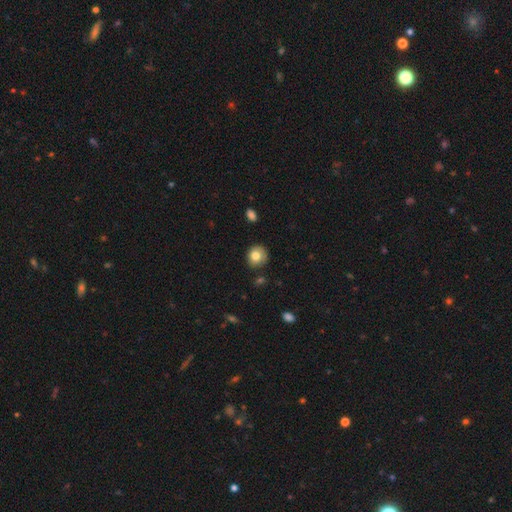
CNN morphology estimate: smooth 78%, featured or disk 13%, star or artifact 9%. Down the decision tree: how rounded — round (81%); merging — none (80%).